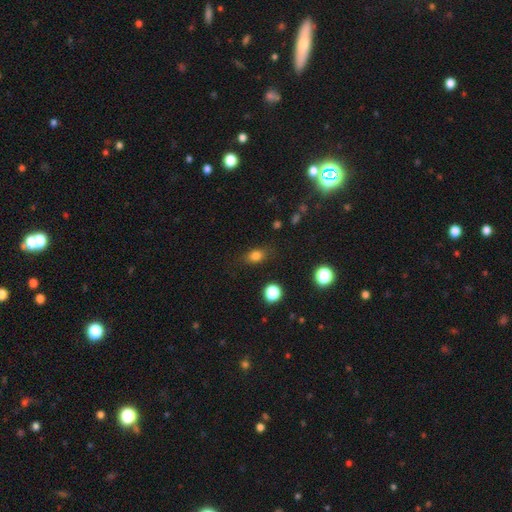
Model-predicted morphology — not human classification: Smooth or featured?
  - smooth: 80% *
  - star or artifact: 13%
  - featured or disk: 7%
How rounded?
  - in between: 67% *
  - round: 30%
  - cigar-shaped: 3%
Merging?
  - none: 79% *
  - minor disturbance: 14%
  - major disturbance: 5%
  - merger: 2%